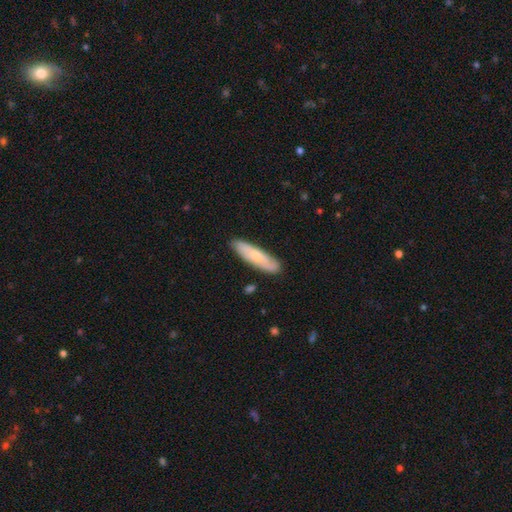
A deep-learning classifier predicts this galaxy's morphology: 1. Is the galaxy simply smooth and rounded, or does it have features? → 64% smooth, 31% featured or disk, 6% star or artifact.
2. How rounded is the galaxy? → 71% cigar-shaped, 27% in between, 2% round.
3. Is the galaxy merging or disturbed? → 85% none, 12% minor disturbance, 2% major disturbance, 1% merger.